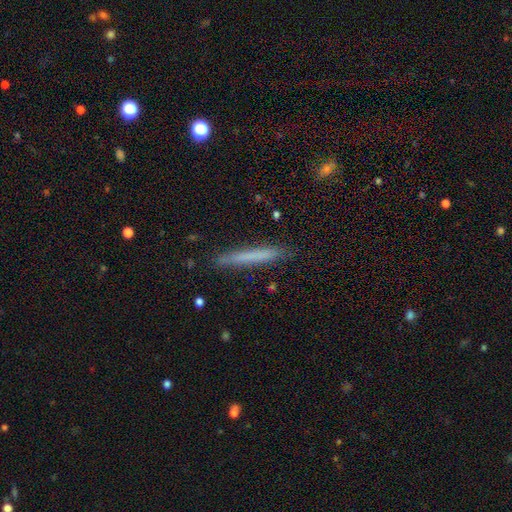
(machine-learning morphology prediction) Q: Smooth or featured?
A: smooth (66%); runner-up: featured or disk (27%)
Q: How rounded?
A: cigar-shaped (97%); runner-up: in between (2%)
Q: Merging?
A: none (87%); runner-up: minor disturbance (10%)